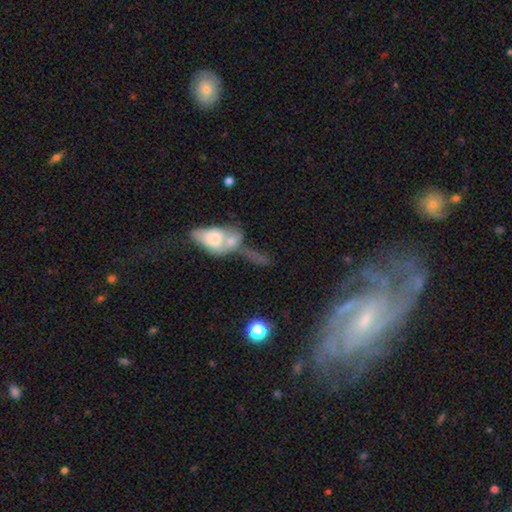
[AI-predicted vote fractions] A featured or disk galaxy (64%) with no bar (61%), spiral arms (72%) and a small central bulge (46%).

Vote fractions:
- Smooth or featured? featured or disk: 64% / smooth: 23% / star or artifact: 14%
- Edge-on disk? no: 83% / yes: 17%
- Bar? no: 61% / weak: 28% / strong: 11%
- Spiral arms? yes: 72% / no: 28%
- Bulge size? small: 46% / moderate: 30% / none: 10% / large: 10% / dominant: 4%
- Merging? none: 45% / merger: 20% / minor disturbance: 18% / major disturbance: 17%